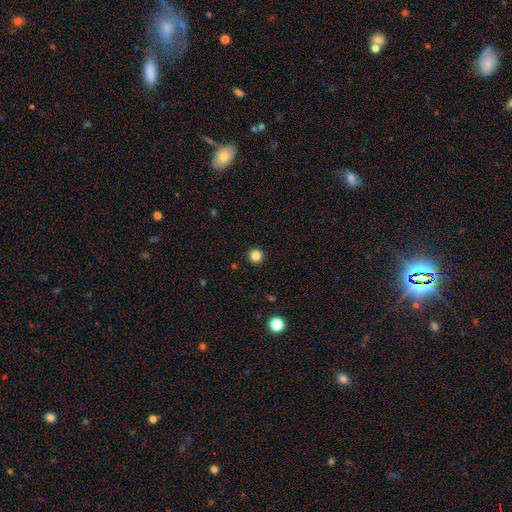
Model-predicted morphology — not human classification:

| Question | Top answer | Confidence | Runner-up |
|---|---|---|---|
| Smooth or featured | smooth | 84% | star or artifact (12%) |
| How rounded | round | 96% | in between (3%) |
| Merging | none | 93% | minor disturbance (4%) |